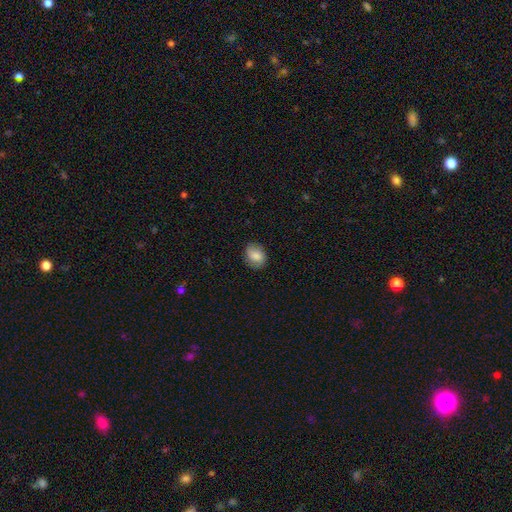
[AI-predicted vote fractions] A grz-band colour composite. It shows a smooth galaxy with no disk features (75%) that is in between round and cigar-shaped (54%). Merging: none (80%).